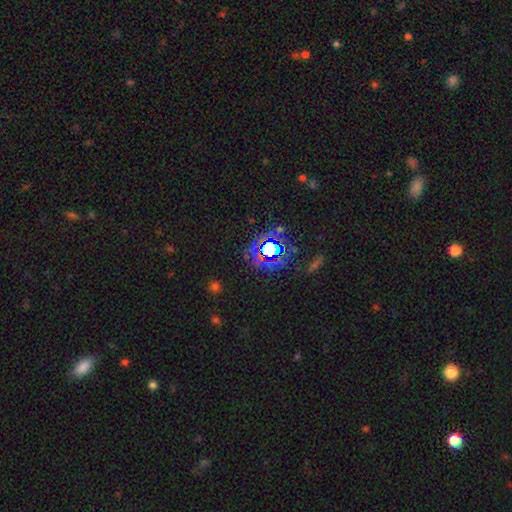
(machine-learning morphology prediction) smooth_or_featured: star or artifact (p=0.68) [alt: smooth p=0.20]